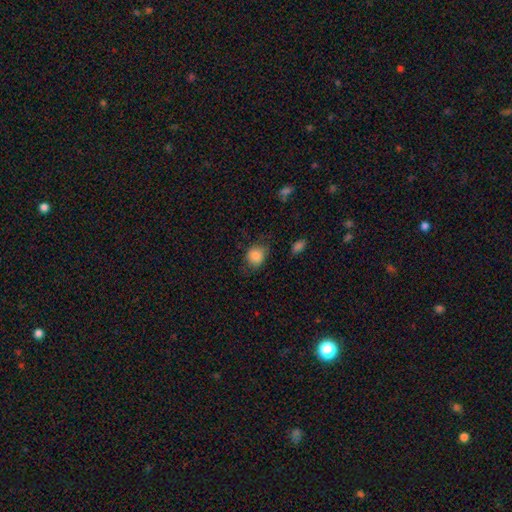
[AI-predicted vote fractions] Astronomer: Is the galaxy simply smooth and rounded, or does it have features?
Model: smooth — 85%.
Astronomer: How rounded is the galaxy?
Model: round — 65%.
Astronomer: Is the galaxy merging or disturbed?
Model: none — 66%.